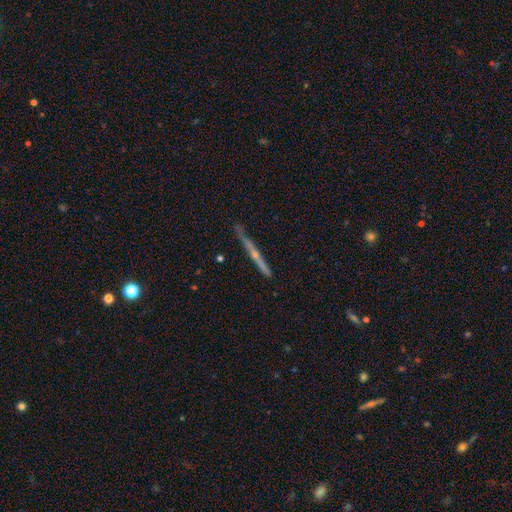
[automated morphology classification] Q: Smooth or featured?
A: featured or disk (75%); runner-up: smooth (18%)
Q: Edge-on disk?
A: yes (97%); runner-up: no (3%)
Q: Edge-on bulge?
A: rounded (74%); runner-up: none (22%)
Q: Merging?
A: none (82%); runner-up: minor disturbance (14%)